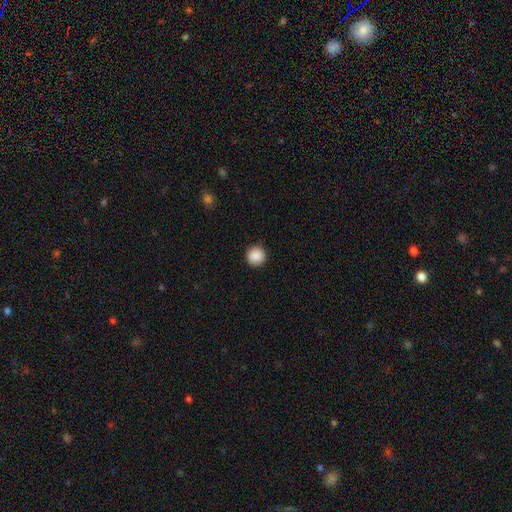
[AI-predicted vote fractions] A smooth galaxy with no disk features (89%) that is round (95%). Merging: none (92%).